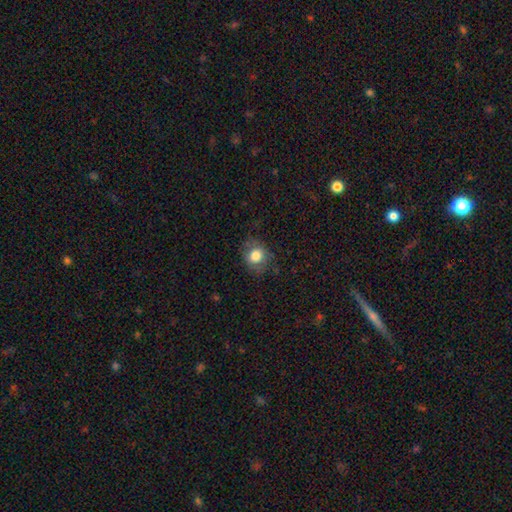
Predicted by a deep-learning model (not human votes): Q: Smooth or featured?
A: smooth (79%); runner-up: featured or disk (12%)
Q: How rounded?
A: round (69%); runner-up: in between (30%)
Q: Merging?
A: none (73%); runner-up: minor disturbance (19%)